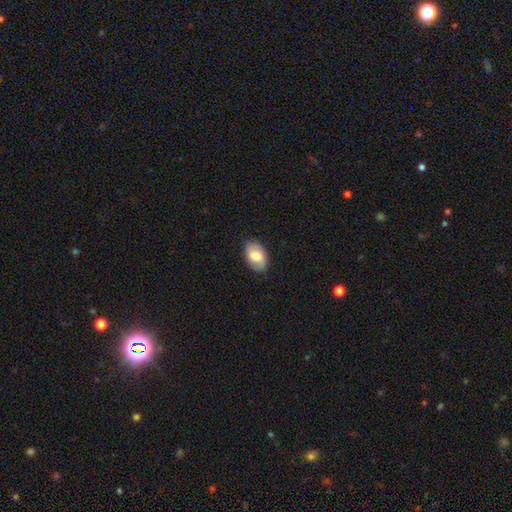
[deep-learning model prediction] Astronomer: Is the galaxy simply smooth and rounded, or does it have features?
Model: smooth — 69%.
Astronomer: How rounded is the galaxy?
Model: in between — 91%.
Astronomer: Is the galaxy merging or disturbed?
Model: none — 85%.